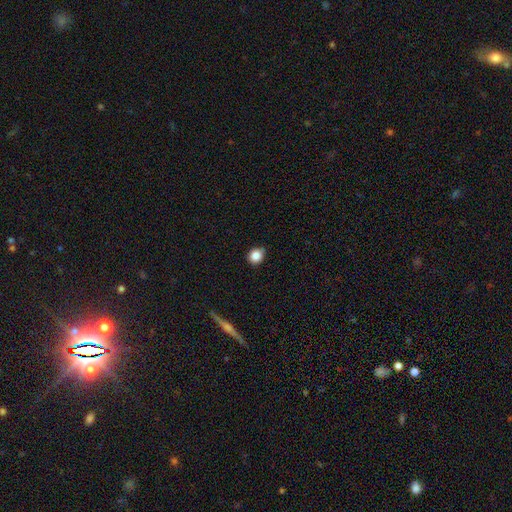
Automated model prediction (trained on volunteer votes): The model was most divided on "merging": none: 81%, minor disturbance: 14%, major disturbance: 3%, merger: 2%. More confident: smooth or featured — smooth (85%); how rounded — round (84%).